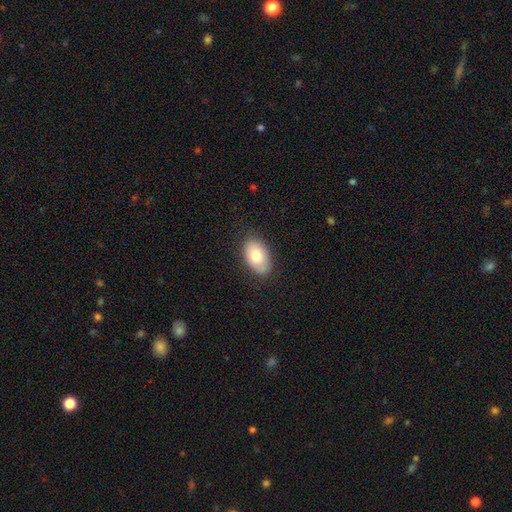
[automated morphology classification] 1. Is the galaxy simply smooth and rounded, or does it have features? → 77% smooth, 16% featured or disk, 7% star or artifact.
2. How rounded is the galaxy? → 91% in between, 8% round, 1% cigar-shaped.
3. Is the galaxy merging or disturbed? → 83% none, 13% minor disturbance, 3% major disturbance, 1% merger.